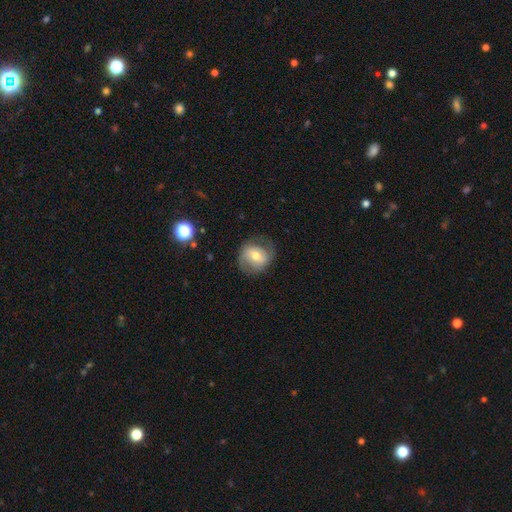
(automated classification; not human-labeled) Overall: featured or disk (55%; smooth 38%). Edge-on disk: no (97%). Bar: weak (44%; no 36%). Spiral arms: yes (78%). Bulge size: moderate (70%). Merging: none (70%).